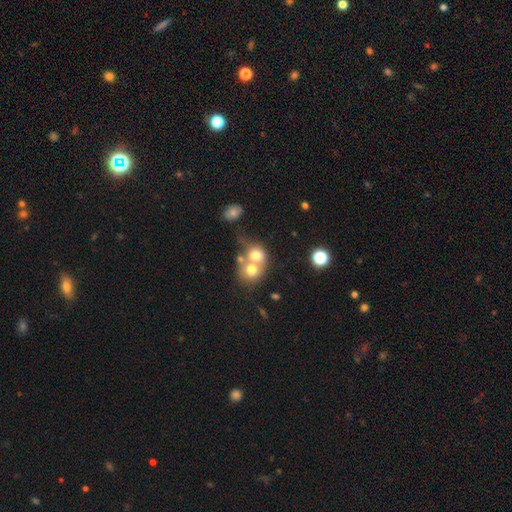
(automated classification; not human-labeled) Q: Smooth or featured?
A: smooth (66%); runner-up: featured or disk (22%)
Q: How rounded?
A: round (68%); runner-up: in between (31%)
Q: Merging?
A: merger (68%); runner-up: none (21%)